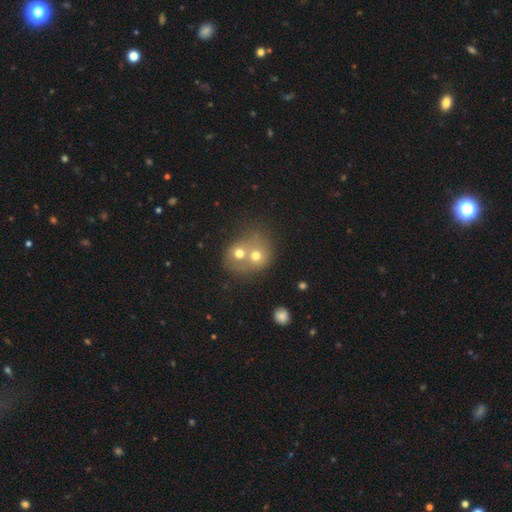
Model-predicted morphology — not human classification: smooth 63%, featured or disk 25%, star or artifact 12%. Down the decision tree: how rounded — round (67%); merging — merger (69%).